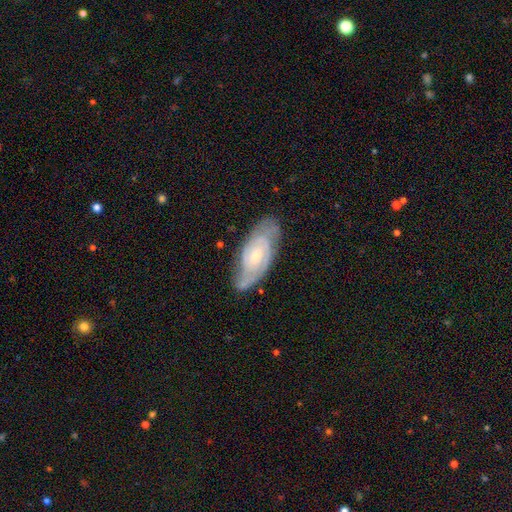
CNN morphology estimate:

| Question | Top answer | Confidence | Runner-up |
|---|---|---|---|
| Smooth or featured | featured or disk | 82% | smooth (13%) |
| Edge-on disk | no | 93% | yes (7%) |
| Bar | no | 58% | weak (36%) |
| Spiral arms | yes | 95% | no (5%) |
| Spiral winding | tight | 61% | medium (32%) |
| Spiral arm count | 2 | 60% | can't tell (22%) |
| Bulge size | small | 48% | moderate (46%) |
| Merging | none | 71% | minor disturbance (21%) |